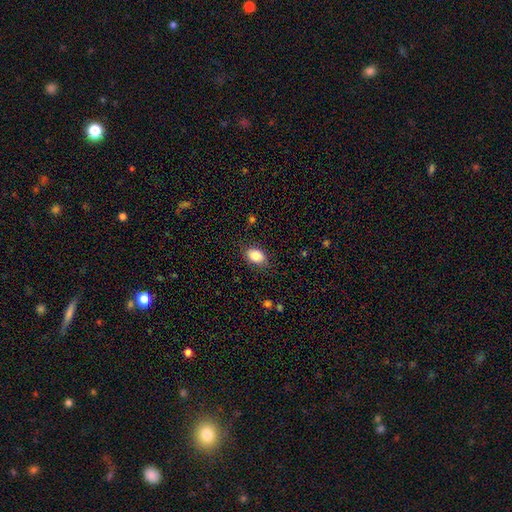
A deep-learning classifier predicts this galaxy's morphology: Overall: smooth (85%). How rounded: in between (81%). Merging: none (83%).